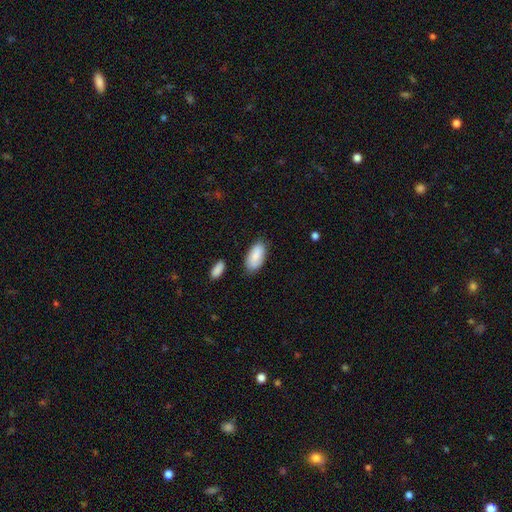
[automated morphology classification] Smooth or featured: smooth — 86% (featured or disk — 8%)
How rounded: in between — 94% (cigar-shaped — 4%)
Merging: none — 77% (minor disturbance — 16%)